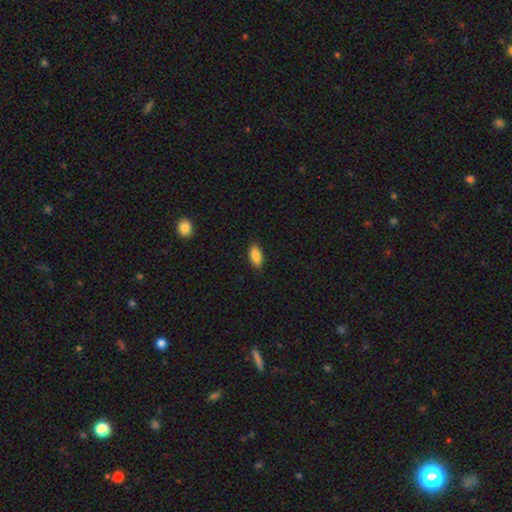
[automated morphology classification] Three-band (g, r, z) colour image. It shows a smooth galaxy with no disk features (86%) that is in between round and cigar-shaped (87%). Merging: none (86%).